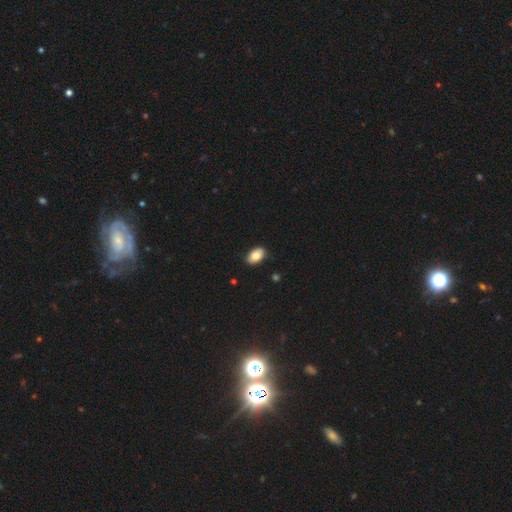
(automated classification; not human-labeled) smooth 81%, featured or disk 12%, star or artifact 7%. Down the decision tree: how rounded — in between (92%); merging — none (87%).